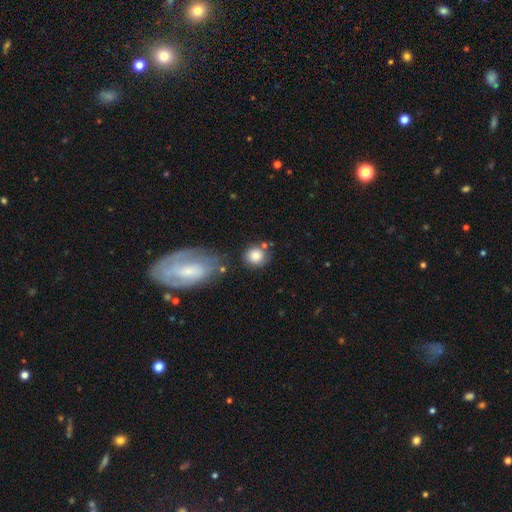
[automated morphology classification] This is clearly a smooth galaxy (80%). How rounded: clearly round (82%). Merging: likely none (66%).